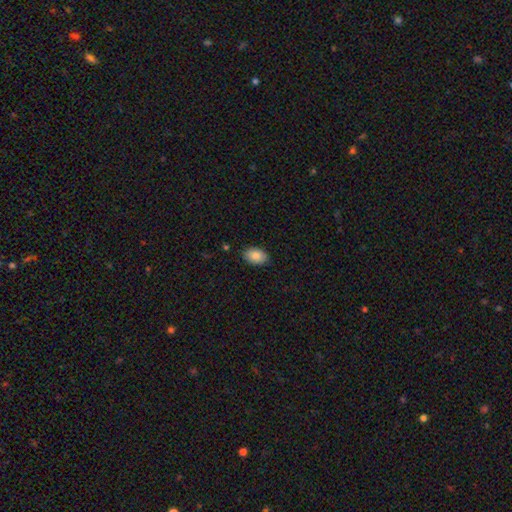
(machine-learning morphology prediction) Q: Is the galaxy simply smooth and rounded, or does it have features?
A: smooth — 86%.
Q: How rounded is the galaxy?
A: in between — 88%.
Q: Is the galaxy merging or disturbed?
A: none — 87%.